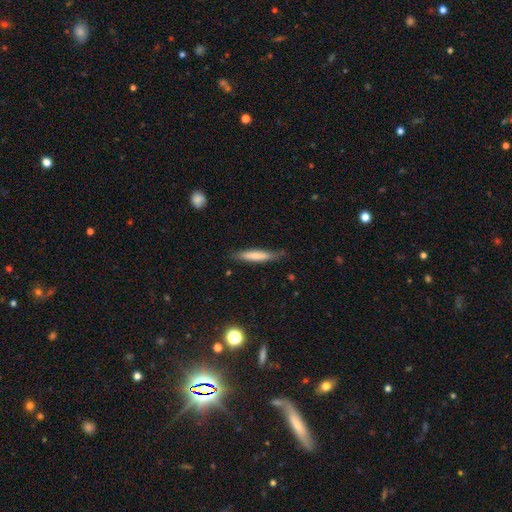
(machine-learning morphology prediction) Smooth or featured?
  - smooth: 70% *
  - featured or disk: 24%
  - star or artifact: 6%
How rounded?
  - cigar-shaped: 89% *
  - in between: 10%
  - round: 1%
Merging?
  - none: 76% *
  - minor disturbance: 19%
  - major disturbance: 4%
  - merger: 2%